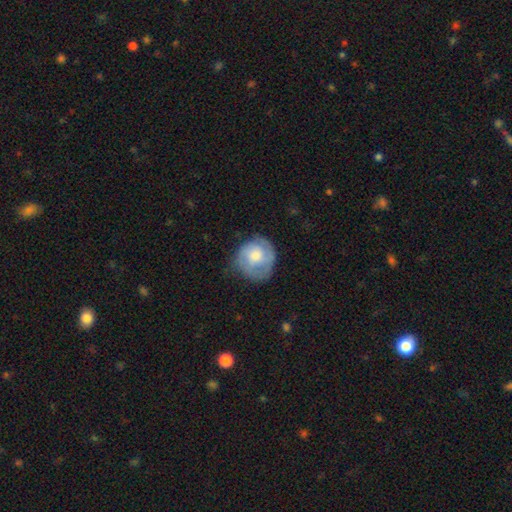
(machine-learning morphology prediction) Smooth or featured: featured or disk — 50% (smooth — 44%)
Edge-on disk: no — 97% (yes — 3%)
Merging: none — 67% (minor disturbance — 23%)